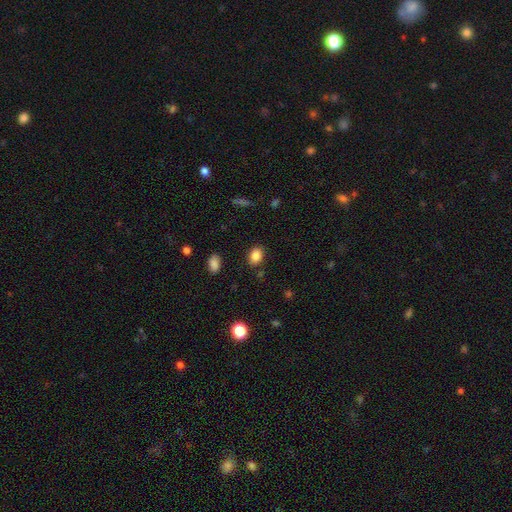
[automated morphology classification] Smooth or featured?
  - smooth: 85% *
  - star or artifact: 10%
  - featured or disk: 5%
How rounded?
  - in between: 76% *
  - round: 23%
  - cigar-shaped: 1%
Merging?
  - none: 83% *
  - minor disturbance: 11%
  - major disturbance: 3%
  - merger: 2%